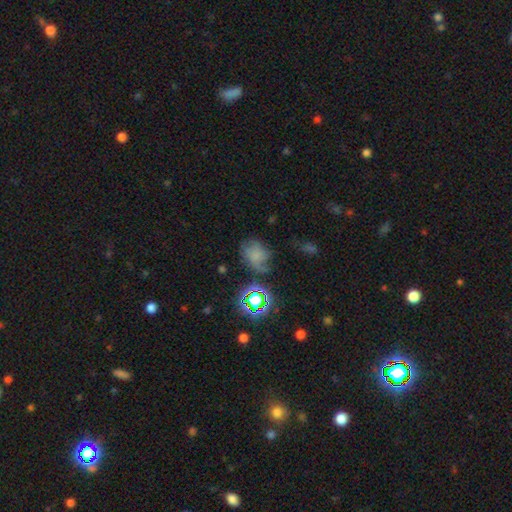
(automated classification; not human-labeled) The model was most divided on "how rounded": in between: 57%, round: 41%, cigar-shaped: 1%. Remaining: smooth or featured — smooth (51%); merging — none (45%).